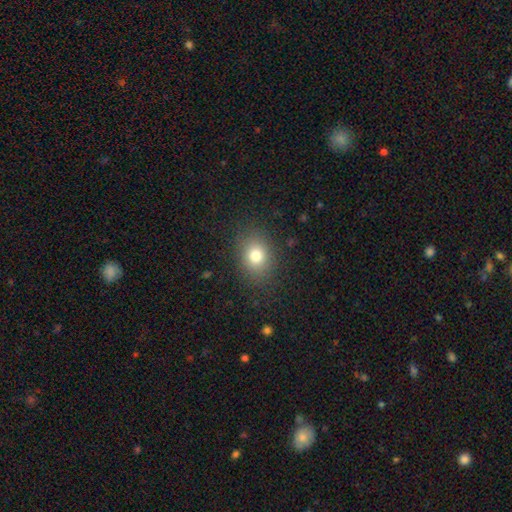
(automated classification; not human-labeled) smooth-or-featured: smooth: 78% | star or artifact: 13% | featured or disk: 10%
  how-rounded: in between: 55% | round: 44% | cigar-shaped: 1%
  merging: none: 85% | minor disturbance: 10% | major disturbance: 4% | merger: 1%